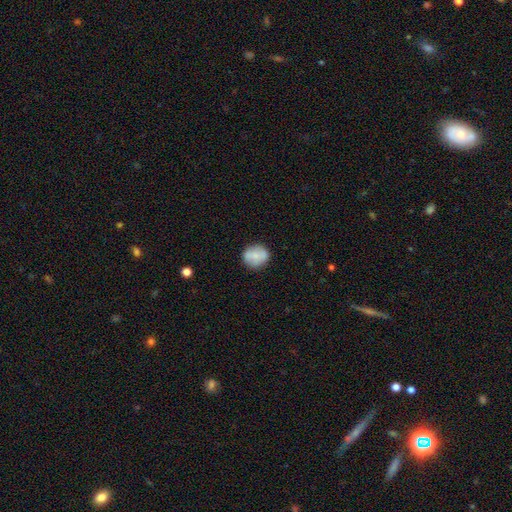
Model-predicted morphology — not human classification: Smooth or featured: smooth — 73% (featured or disk — 19%)
How rounded: round — 76% (in between — 23%)
Merging: none — 79% (minor disturbance — 14%)